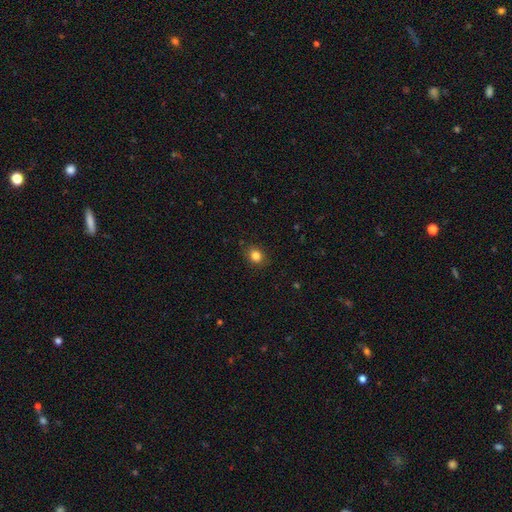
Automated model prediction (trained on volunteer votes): Morphology: type=smooth (84%); roundness=round (66%); merging=none (88%).